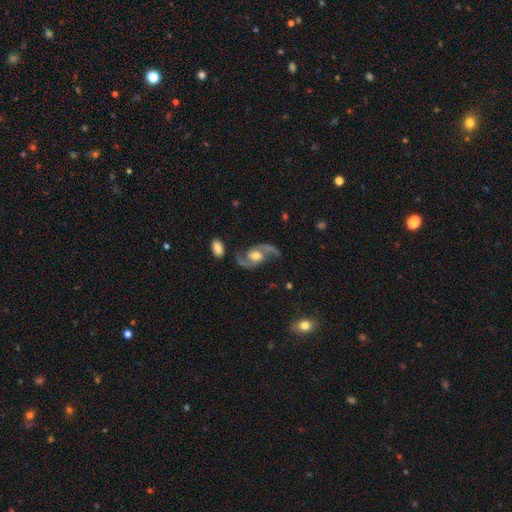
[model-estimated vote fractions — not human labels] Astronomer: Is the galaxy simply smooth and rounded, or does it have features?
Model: featured or disk — 90%.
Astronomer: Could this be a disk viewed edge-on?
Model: no — 97%.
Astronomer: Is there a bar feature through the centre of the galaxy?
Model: no — 58%.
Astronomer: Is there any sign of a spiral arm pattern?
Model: yes — 97%.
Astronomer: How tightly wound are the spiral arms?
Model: loose — 51% (runner-up: medium, 40%).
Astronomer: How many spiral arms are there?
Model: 2 — 94%.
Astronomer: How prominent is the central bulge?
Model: moderate — 67%.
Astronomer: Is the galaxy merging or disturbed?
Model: none — 71%.